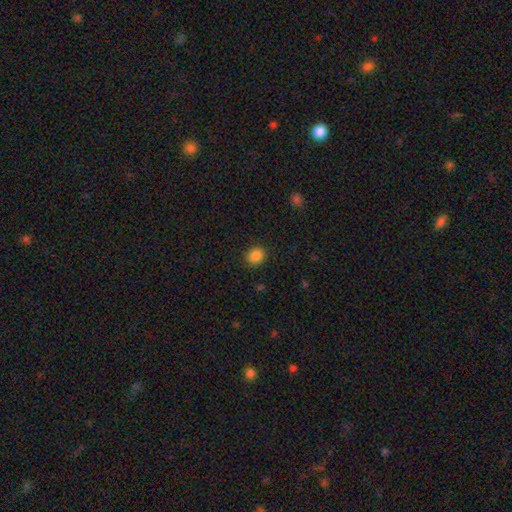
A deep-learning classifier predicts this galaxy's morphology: type=smooth (86%); roundness=round (73%); merging=none (90%).